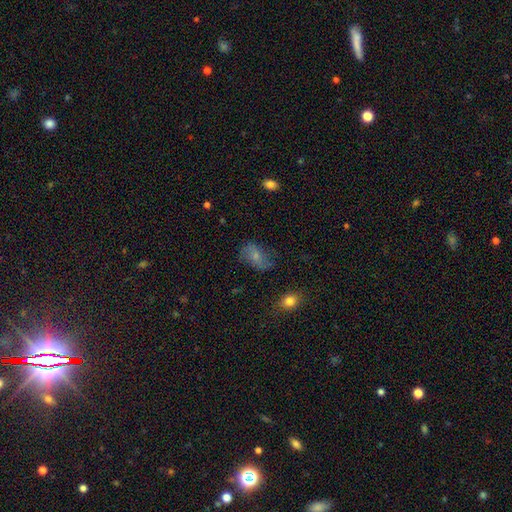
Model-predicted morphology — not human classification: Smooth or featured: smooth — 52% (featured or disk — 37%)
How rounded: in between — 84% (round — 14%)
Merging: none — 61% (minor disturbance — 24%)